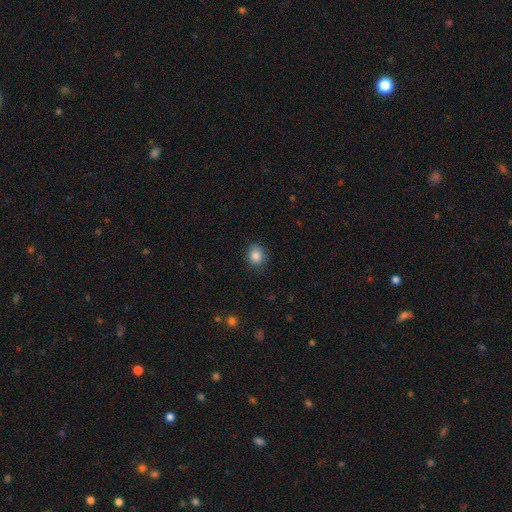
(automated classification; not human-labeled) Morphology: type=smooth (86%); roundness=round (72%); merging=none (83%).